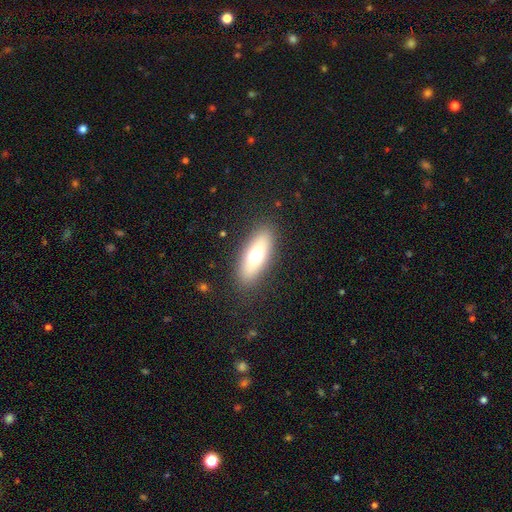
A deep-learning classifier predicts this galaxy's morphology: smooth 63%, featured or disk 28%, star or artifact 9%. Down the decision tree: how rounded — in between (63%); merging — none (86%).